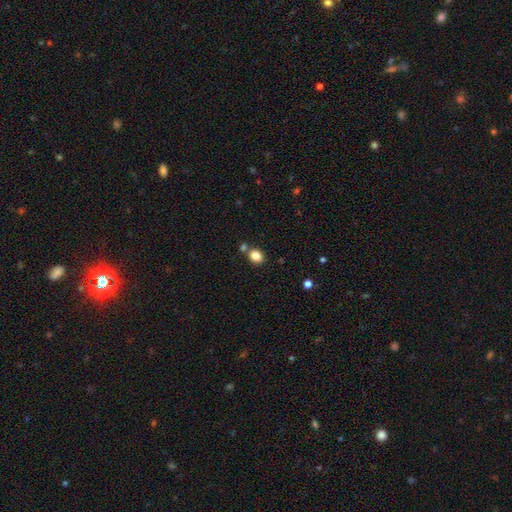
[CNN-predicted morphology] Smooth or featured? Predicted: smooth (p=0.84). How rounded? Predicted: round (p=0.56). Merging? Predicted: none (p=0.72).